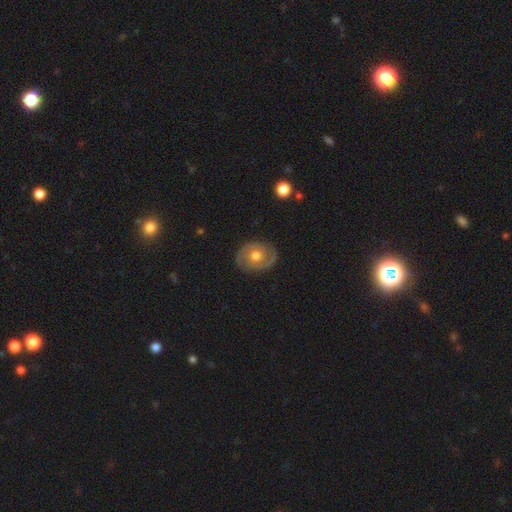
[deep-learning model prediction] featured or disk 76%, smooth 19%, star or artifact 5%. Down the decision tree: edge-on disk — no (97%); bar — no (75%); spiral arms — yes (83%); spiral arm count — 2 (87%); spiral winding — tight (51%); bulge size — moderate (76%); merging — none (84%).